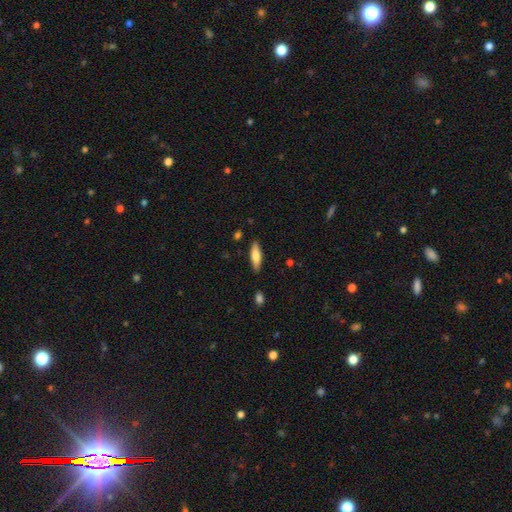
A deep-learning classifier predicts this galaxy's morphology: A smooth galaxy with no disk features (74%) that is cigar-shaped (53%). Merging: none (86%).